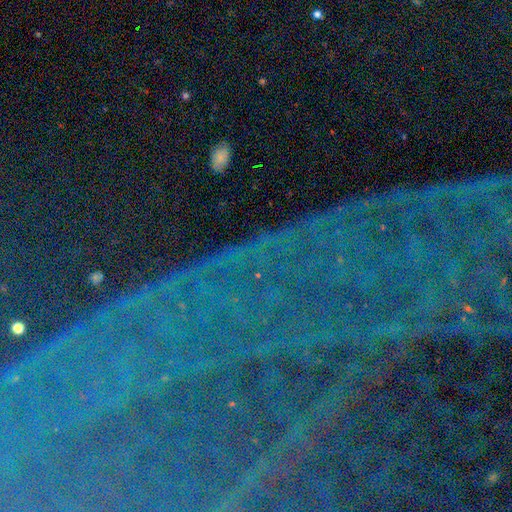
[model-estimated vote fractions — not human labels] Smooth or featured?
  - star or artifact: 85% *
  - featured or disk: 8%
  - smooth: 7%